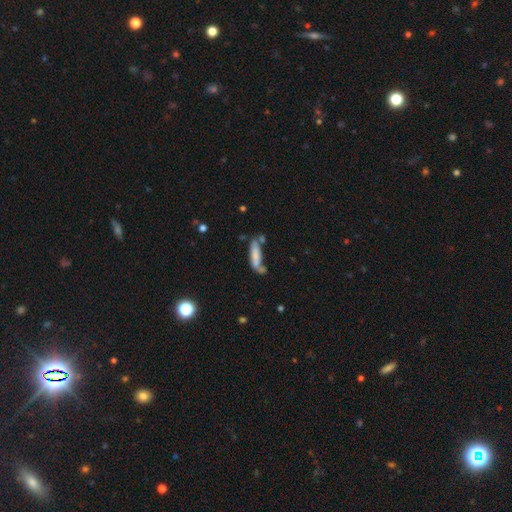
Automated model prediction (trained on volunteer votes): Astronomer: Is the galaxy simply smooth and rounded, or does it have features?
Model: smooth — 71%.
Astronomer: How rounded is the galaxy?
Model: cigar-shaped — 65%.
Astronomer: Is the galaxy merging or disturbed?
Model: none — 43% (runner-up: merger, 24%).